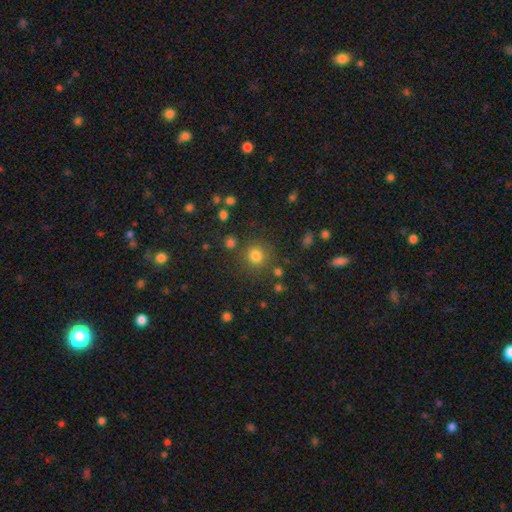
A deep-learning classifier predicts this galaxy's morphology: Smooth or featured? smooth (79%)
How rounded? round (90%)
Merging? none (82%)